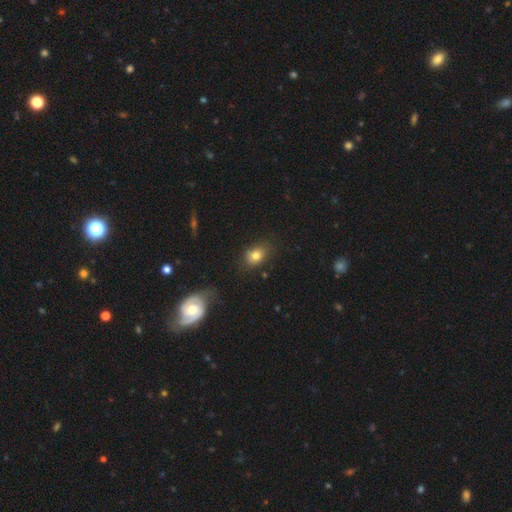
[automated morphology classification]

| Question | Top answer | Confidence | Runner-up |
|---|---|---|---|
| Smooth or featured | smooth | 79% | star or artifact (11%) |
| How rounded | in between | 67% | round (31%) |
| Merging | none | 75% | minor disturbance (18%) |